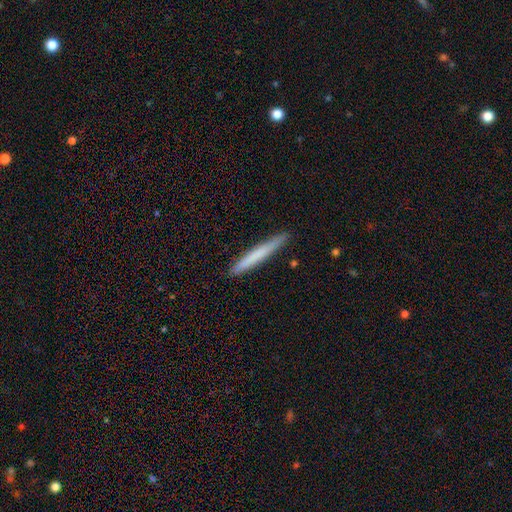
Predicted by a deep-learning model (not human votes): Smooth or featured? Predicted: smooth (p=0.66). How rounded? Predicted: cigar-shaped (p=0.97). Merging? Predicted: none (p=0.90).